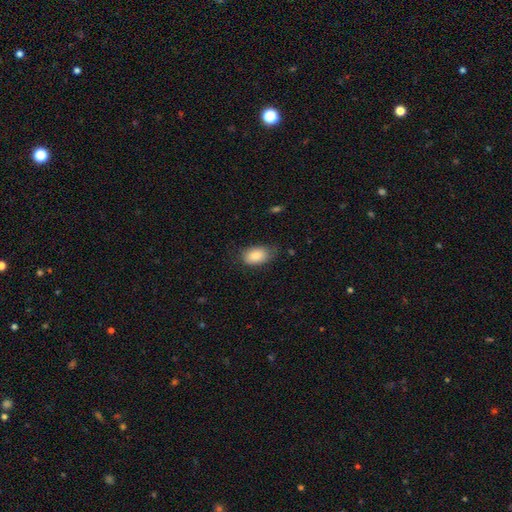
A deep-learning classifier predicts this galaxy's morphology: Overall: smooth (85%). How rounded: in between (89%). Merging: none (66%; minor disturbance 27%).